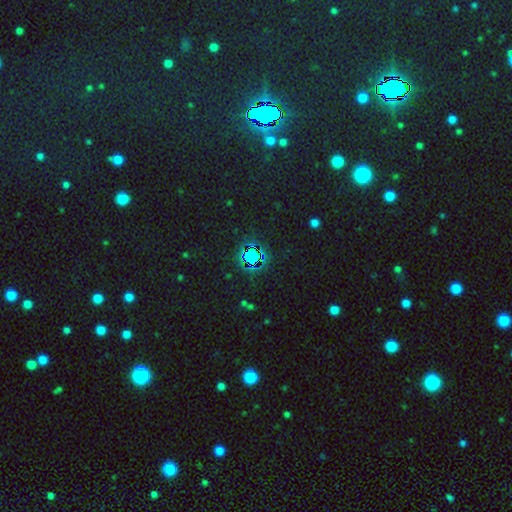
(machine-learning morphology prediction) smooth_or_featured: star or artifact (p=0.76) [alt: smooth p=0.15]